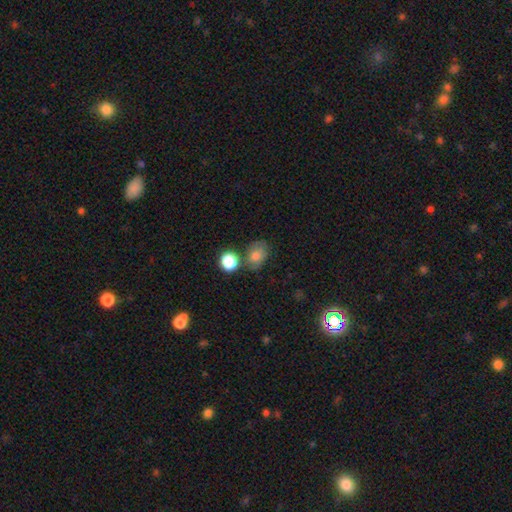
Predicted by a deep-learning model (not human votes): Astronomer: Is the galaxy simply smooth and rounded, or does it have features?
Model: smooth — 78%.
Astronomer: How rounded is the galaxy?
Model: in between — 63%.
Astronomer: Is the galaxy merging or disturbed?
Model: none — 54%.